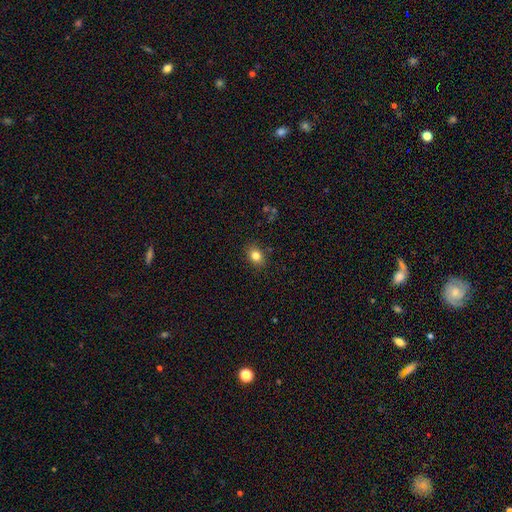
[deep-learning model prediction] The model was most divided on "how rounded": in between: 60%, round: 39%, cigar-shaped: 1%. More confident: merging — none (86%); smooth or featured — smooth (82%).